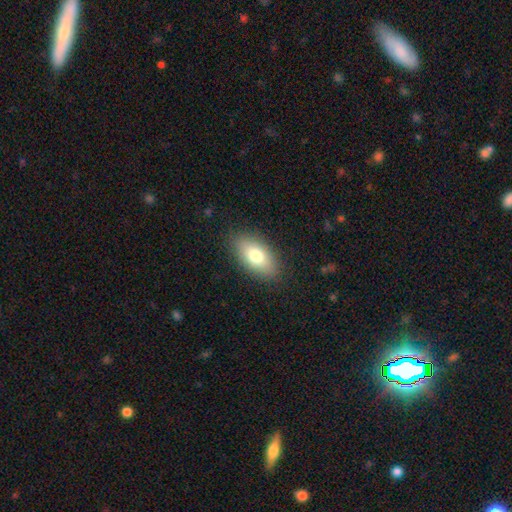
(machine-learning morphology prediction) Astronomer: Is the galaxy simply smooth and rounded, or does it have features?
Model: smooth — 77%.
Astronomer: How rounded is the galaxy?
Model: in between — 90%.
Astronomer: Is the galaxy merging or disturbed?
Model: none — 86%.